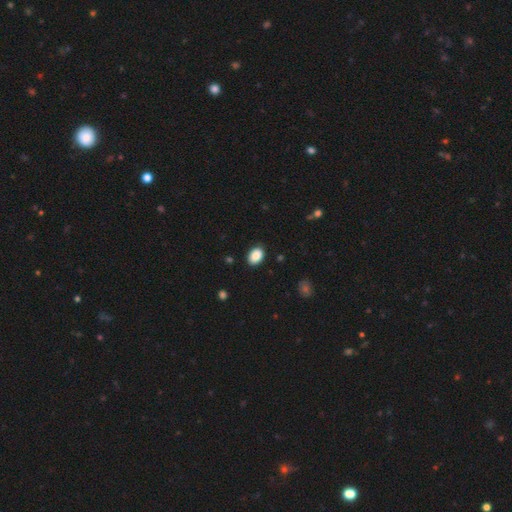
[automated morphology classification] type=smooth (88%); roundness=in between (80%); merging=none (88%).